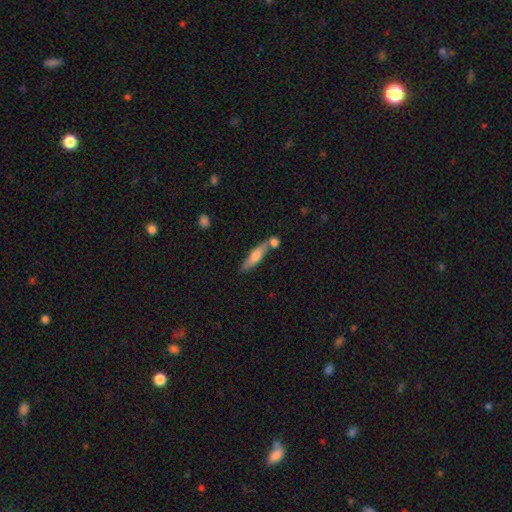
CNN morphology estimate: A smooth galaxy with no disk features (60%) that is cigar-shaped (75%). Merging: none (59%).